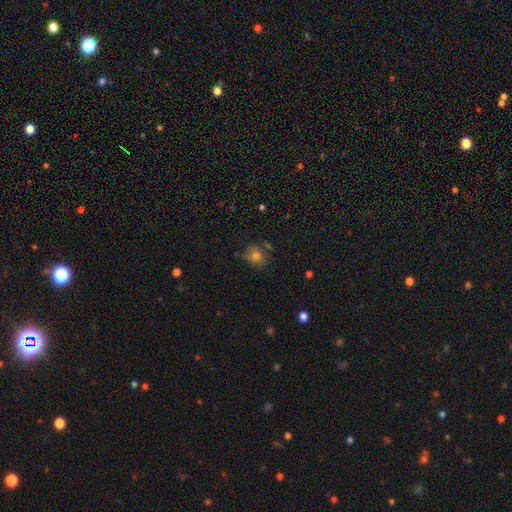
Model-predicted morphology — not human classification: Smooth or featured?
  - smooth: 72% *
  - star or artifact: 17%
  - featured or disk: 11%
How rounded?
  - round: 74% *
  - in between: 25%
  - cigar-shaped: 1%
Merging?
  - none: 74% *
  - minor disturbance: 17%
  - major disturbance: 5%
  - merger: 4%